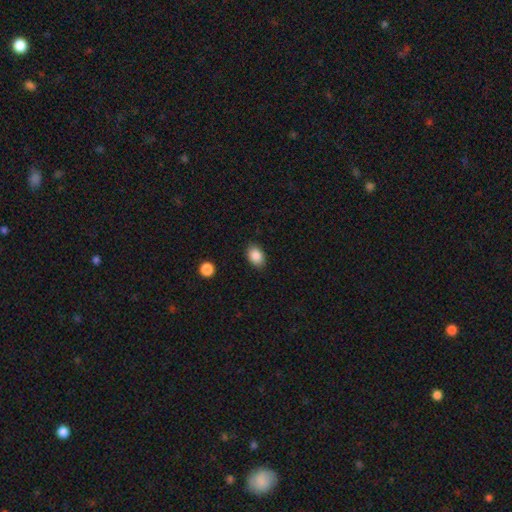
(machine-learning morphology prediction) smooth 87%, star or artifact 8%, featured or disk 5%. Down the decision tree: how rounded — in between (79%); merging — none (87%).